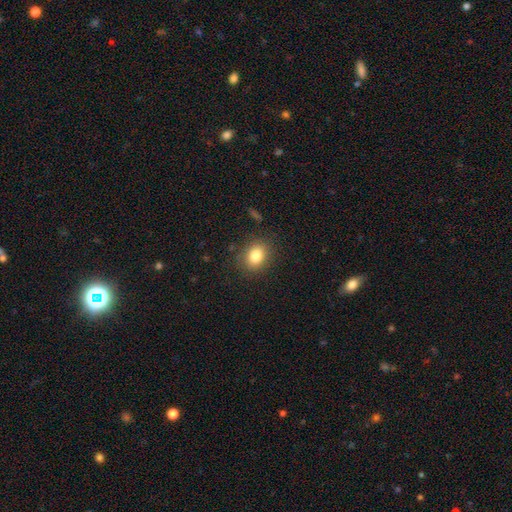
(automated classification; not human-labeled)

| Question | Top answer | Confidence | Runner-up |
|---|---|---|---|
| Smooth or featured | smooth | 82% | star or artifact (10%) |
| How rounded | in between | 54% | round (45%) |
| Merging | none | 85% | minor disturbance (10%) |